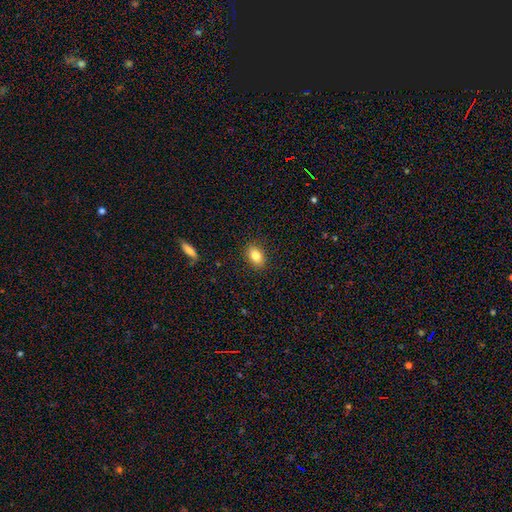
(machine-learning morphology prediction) Smooth or featured?
  - smooth: 83% *
  - star or artifact: 9%
  - featured or disk: 8%
How rounded?
  - in between: 82% *
  - round: 16%
  - cigar-shaped: 2%
Merging?
  - none: 88% *
  - minor disturbance: 9%
  - major disturbance: 2%
  - merger: 1%